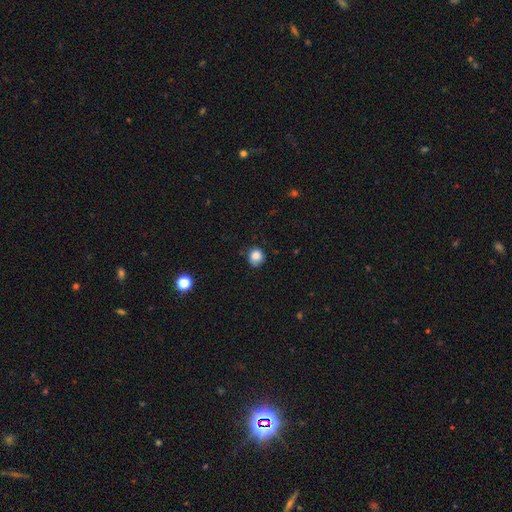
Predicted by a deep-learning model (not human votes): A smooth galaxy with no disk features (83%) that is round (85%). Merging: none (74%).